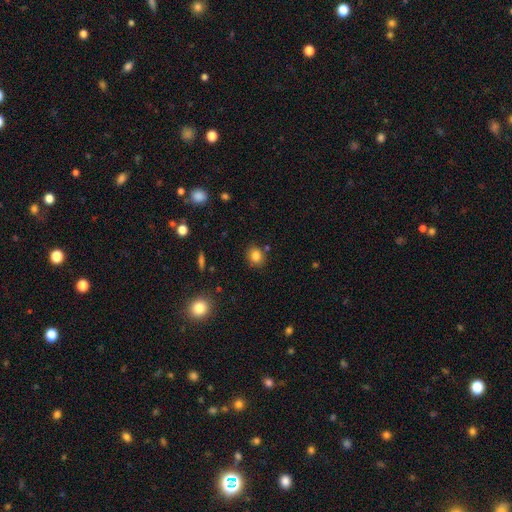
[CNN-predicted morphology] A smooth galaxy with no disk features (82%) that is round (71%).

Vote fractions:
- Smooth or featured? smooth: 82% / star or artifact: 11% / featured or disk: 6%
- How rounded? round: 71% / in between: 28% / cigar-shaped: 1%
- Merging? none: 82% / minor disturbance: 11% / merger: 5% / major disturbance: 3%